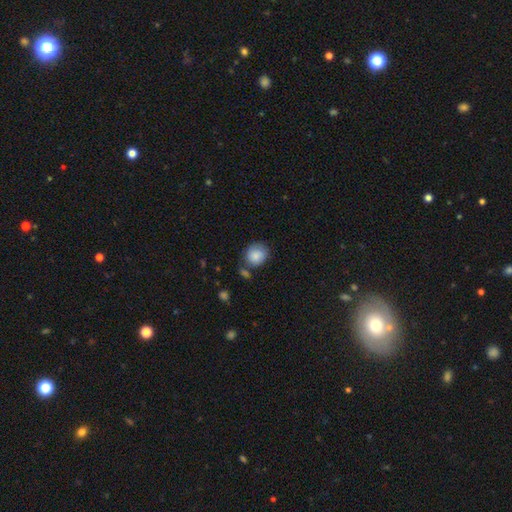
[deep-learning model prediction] Morphology: type=smooth (85%); roundness=round (74%); merging=none (62%).